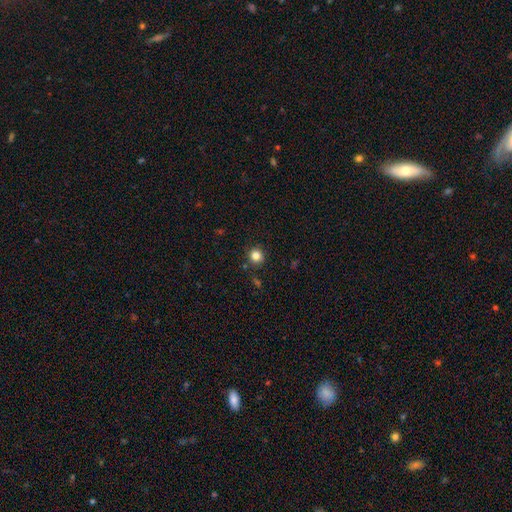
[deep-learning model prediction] Smooth or featured: smooth — 82% (star or artifact — 12%)
How rounded: round — 91% (in between — 8%)
Merging: none — 87% (minor disturbance — 8%)